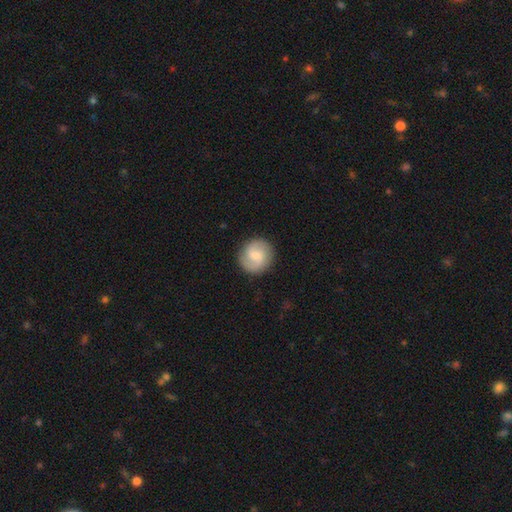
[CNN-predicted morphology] Q: Smooth or featured?
A: featured or disk (60%); runner-up: smooth (34%)
Q: Edge-on disk?
A: no (98%); runner-up: yes (2%)
Q: Bar?
A: weak (50%); runner-up: no (40%)
Q: Spiral arms?
A: yes (93%); runner-up: no (7%)
Q: Spiral winding?
A: medium (49%); runner-up: tight (28%)
Q: Spiral arm count?
A: 2 (89%); runner-up: can't tell (5%)
Q: Bulge size?
A: small (51%); runner-up: moderate (35%)
Q: Merging?
A: none (88%); runner-up: minor disturbance (9%)